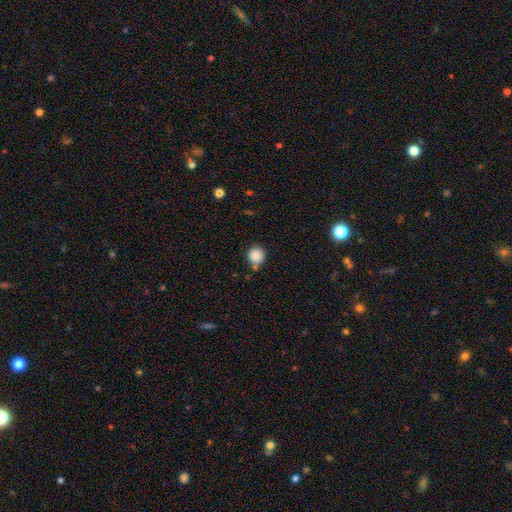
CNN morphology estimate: type=smooth (85%); roundness=round (91%); merging=none (76%).